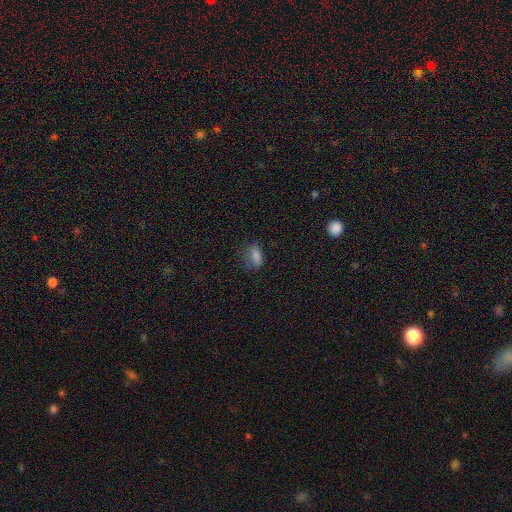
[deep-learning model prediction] The model was most divided on "merging": none: 61%, minor disturbance: 26%, major disturbance: 11%, merger: 2%. More confident: how rounded — in between (80%); smooth or featured — smooth (79%).